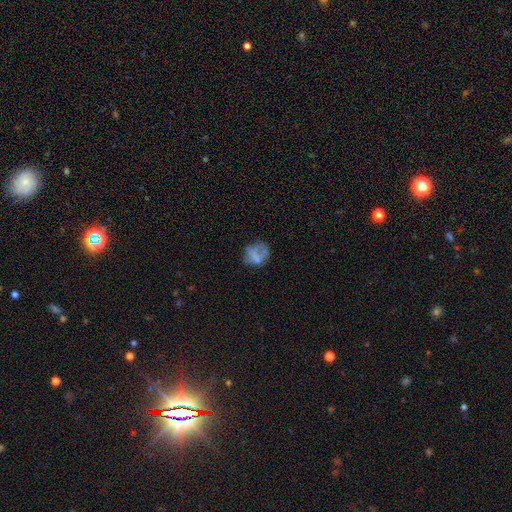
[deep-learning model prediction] Smooth or featured: smooth — 56% (featured or disk — 32%)
How rounded: round — 65% (in between — 33%)
Merging: none — 49% (minor disturbance — 24%)